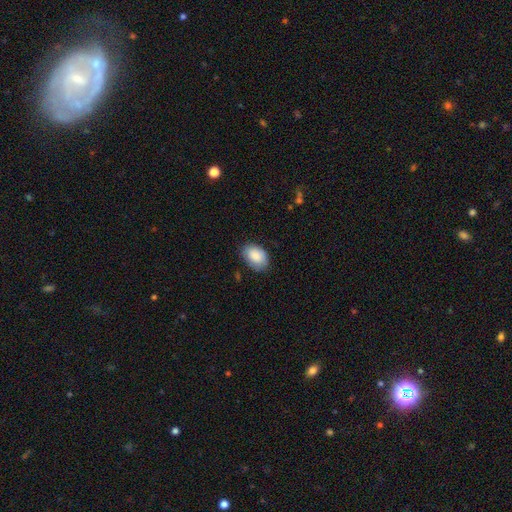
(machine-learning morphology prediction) This is clearly a smooth galaxy (87%). How rounded: clearly in between (86%). Merging: likely none (76%).